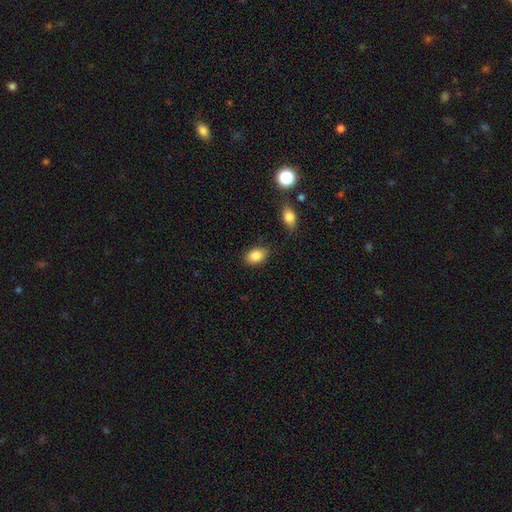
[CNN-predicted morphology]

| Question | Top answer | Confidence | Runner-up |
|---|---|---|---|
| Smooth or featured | smooth | 86% | star or artifact (8%) |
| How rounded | in between | 84% | round (15%) |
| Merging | none | 84% | minor disturbance (11%) |